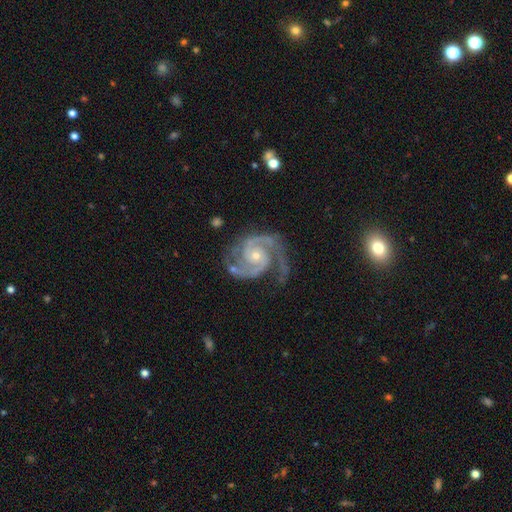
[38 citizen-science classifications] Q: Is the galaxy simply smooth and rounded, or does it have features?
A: featured or disk — 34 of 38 (89%).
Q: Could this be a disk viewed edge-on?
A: no — 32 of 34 (94%).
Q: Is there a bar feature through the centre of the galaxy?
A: no — 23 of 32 (72%).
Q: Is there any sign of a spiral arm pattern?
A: yes — 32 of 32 (100%).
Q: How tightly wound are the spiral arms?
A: tight — 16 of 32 (50%).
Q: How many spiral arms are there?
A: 2 — 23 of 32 (72%).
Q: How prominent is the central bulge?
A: small — 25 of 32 (78%).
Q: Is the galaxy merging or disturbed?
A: none — 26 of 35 (74%).